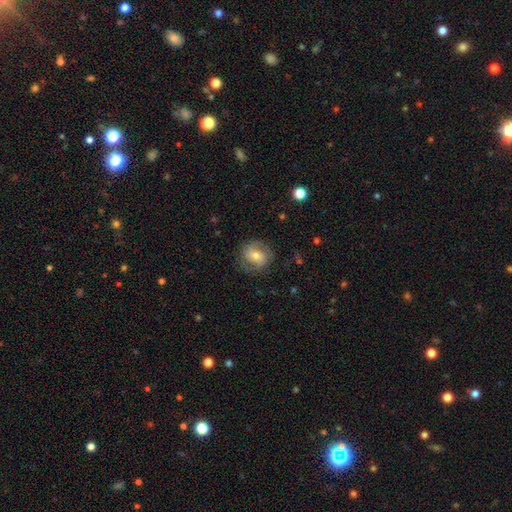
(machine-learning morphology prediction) smooth-or-featured: featured or disk: 53% | smooth: 38% | star or artifact: 8%
  disk-edge-on: no: 97% | yes: 3%
    bar: no: 48% | weak: 38% | strong: 15%
    has-spiral-arms: yes: 81% | no: 19%
    bulge-size: moderate: 56% | small: 35% | large: 6% | none: 2% | dominant: 1%
  merging: none: 75% | minor disturbance: 16% | major disturbance: 8% | merger: 1%